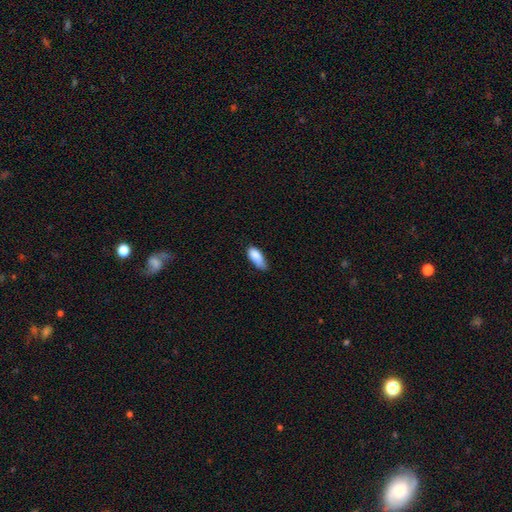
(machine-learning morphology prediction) Smooth or featured: smooth — 85% (featured or disk — 7%)
How rounded: in between — 82% (cigar-shaped — 15%)
Merging: none — 44% (tied with minor disturbance — 44%)